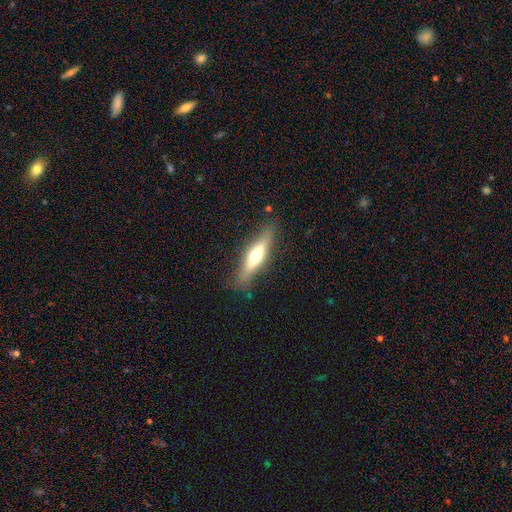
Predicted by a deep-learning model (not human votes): Overall: featured or disk (52%; smooth 42%). Edge-on disk: yes (90%). Merging: none (85%).